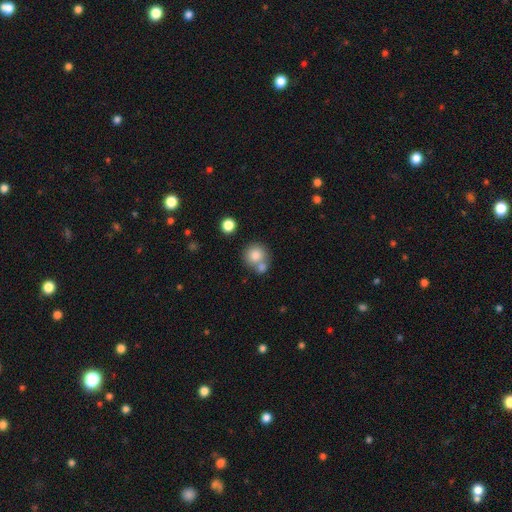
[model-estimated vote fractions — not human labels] Q: Smooth or featured?
A: smooth (81%); runner-up: featured or disk (10%)
Q: How rounded?
A: round (88%); runner-up: in between (11%)
Q: Merging?
A: none (50%); runner-up: merger (37%)